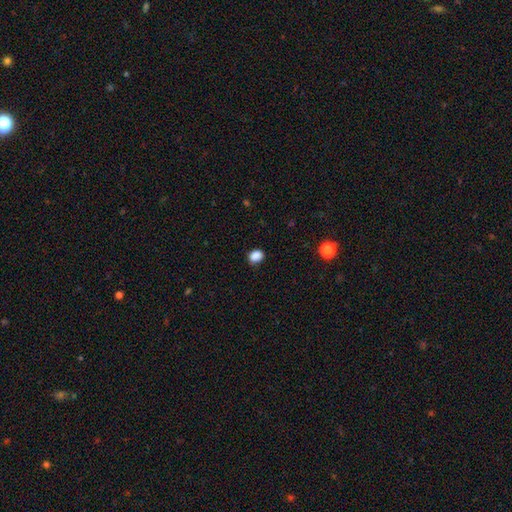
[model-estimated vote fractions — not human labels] Smooth or featured?
  - smooth: 87% *
  - star or artifact: 10%
  - featured or disk: 3%
How rounded?
  - in between: 60% *
  - round: 39%
  - cigar-shaped: 1%
Merging?
  - none: 83% *
  - minor disturbance: 13%
  - major disturbance: 3%
  - merger: 2%